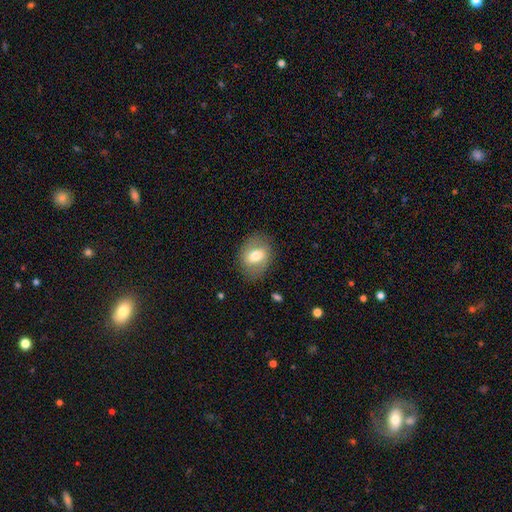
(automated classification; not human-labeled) The model was most divided on "smooth or featured": smooth: 60%, featured or disk: 33%, star or artifact: 7%. More confident: merging — none (81%); how rounded — in between (67%).